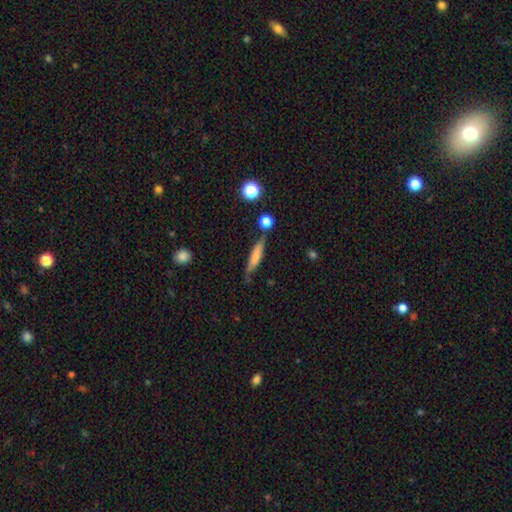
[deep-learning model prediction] Smooth or featured: smooth — 58% (featured or disk — 34%)
How rounded: cigar-shaped — 83% (in between — 14%)
Merging: none — 71% (minor disturbance — 18%)